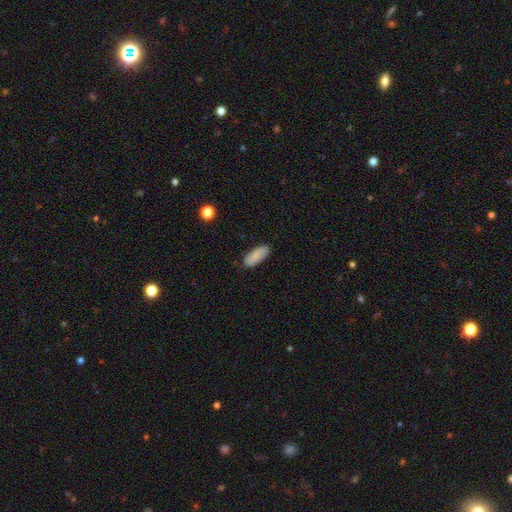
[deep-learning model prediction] Morphology: type=smooth (81%); roundness=in between (81%); merging=none (86%).